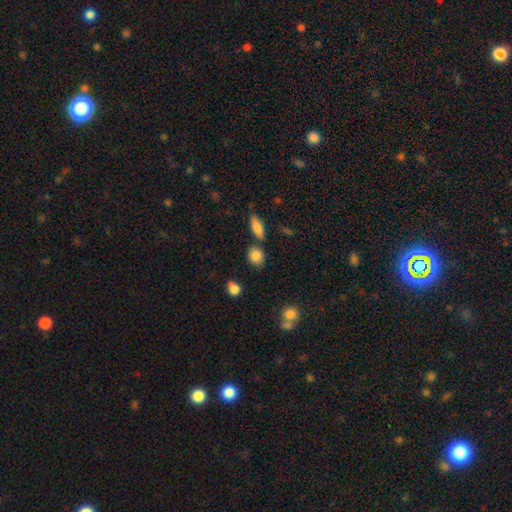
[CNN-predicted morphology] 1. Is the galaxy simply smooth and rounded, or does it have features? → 84% smooth, 9% star or artifact, 6% featured or disk.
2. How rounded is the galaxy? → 61% round, 37% in between, 2% cigar-shaped.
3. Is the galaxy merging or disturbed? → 73% none, 14% minor disturbance, 9% merger, 4% major disturbance.